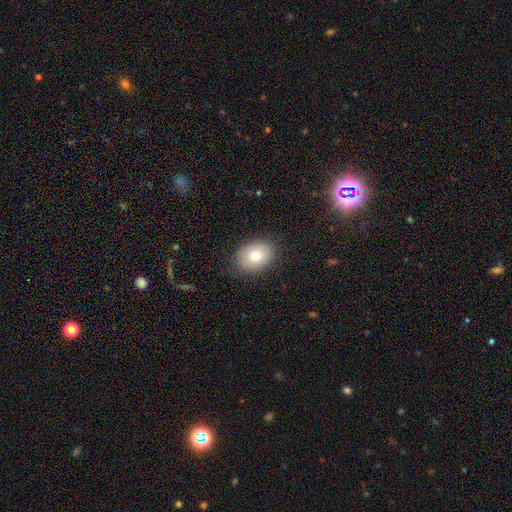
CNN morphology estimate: Smooth or featured? smooth (78%)
How rounded? in between (64%)
Merging? none (85%)